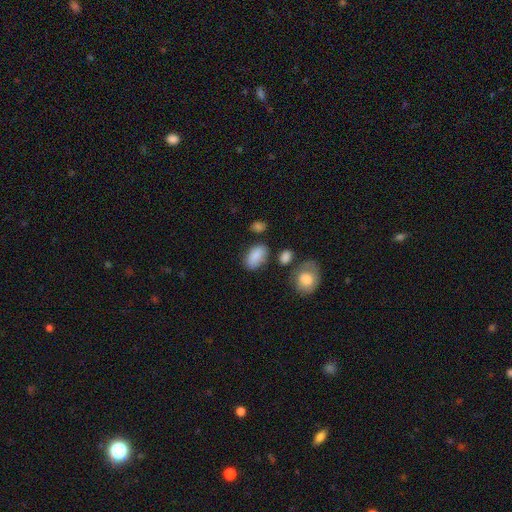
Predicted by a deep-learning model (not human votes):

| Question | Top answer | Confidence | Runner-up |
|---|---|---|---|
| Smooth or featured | smooth | 86% | star or artifact (8%) |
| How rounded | in between | 92% | round (6%) |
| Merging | none | 73% | minor disturbance (17%) |